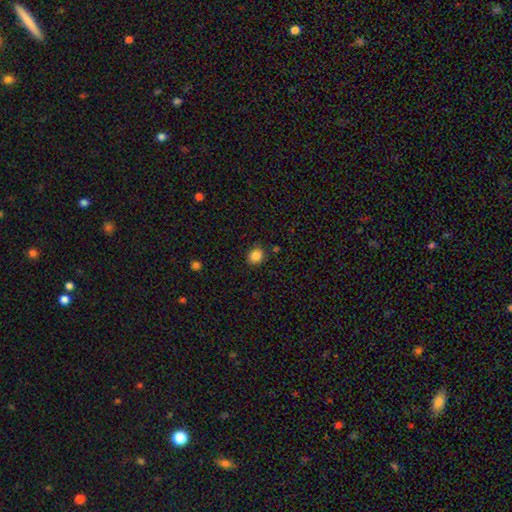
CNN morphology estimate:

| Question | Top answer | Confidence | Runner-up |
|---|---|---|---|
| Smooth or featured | smooth | 85% | star or artifact (10%) |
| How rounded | round | 65% | in between (34%) |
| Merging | none | 87% | minor disturbance (9%) |